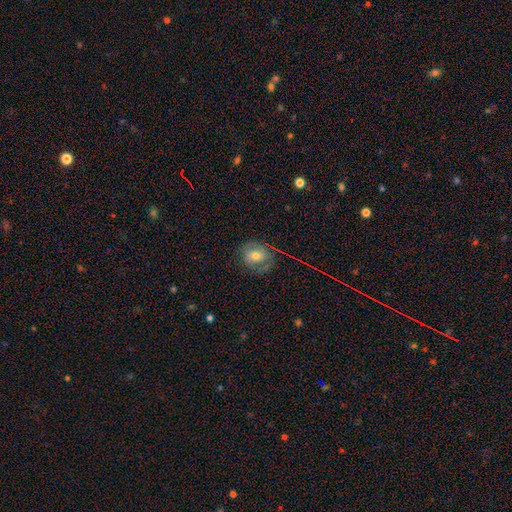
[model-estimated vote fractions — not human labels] Smooth or featured? Predicted: smooth (p=0.54). How rounded? Predicted: round (p=0.66). Merging? Predicted: none (p=0.68).